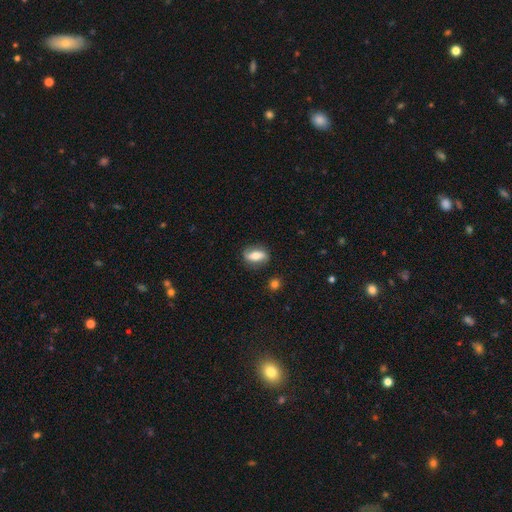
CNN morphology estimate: smooth-or-featured: smooth: 51% | featured or disk: 41% | star or artifact: 7%
  how-rounded: in between: 76% | cigar-shaped: 12% | round: 11%
  merging: none: 80% | minor disturbance: 14% | major disturbance: 4% | merger: 2%